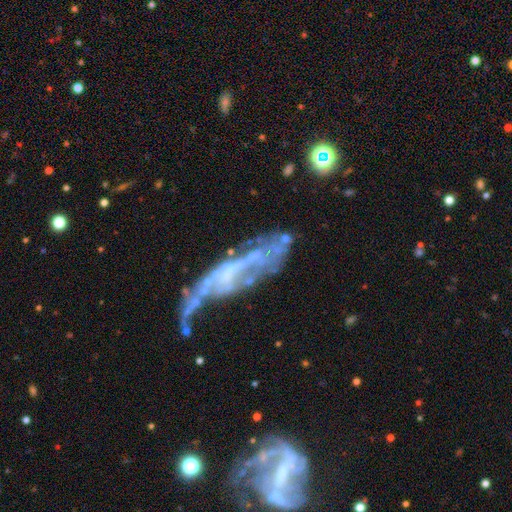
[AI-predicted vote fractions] Smooth or featured? featured or disk (73%)
Edge-on disk? no (83%)
Bar? no (68%)
Spiral arms? no (63%)
Bulge size? none (54%)
Merging? major disturbance (35%)